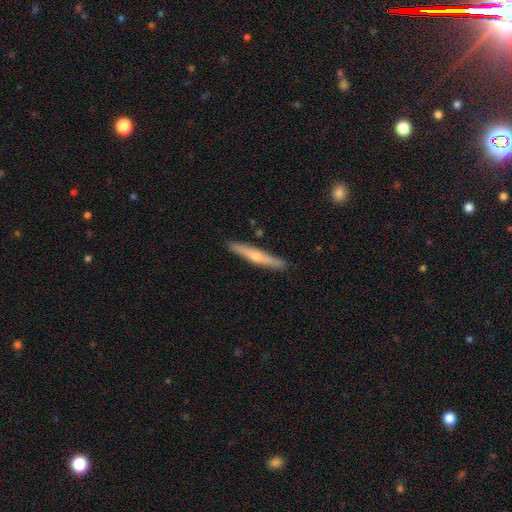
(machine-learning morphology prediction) Smooth or featured? featured or disk (59%)
Edge-on disk? yes (94%)
Edge-on bulge? rounded (80%)
Merging? none (89%)